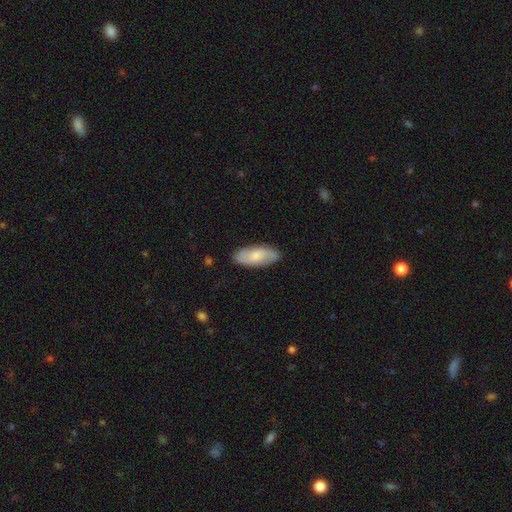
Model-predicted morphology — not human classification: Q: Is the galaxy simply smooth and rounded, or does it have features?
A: smooth — 66%.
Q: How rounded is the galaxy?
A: in between — 85%.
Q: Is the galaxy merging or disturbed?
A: none — 86%.